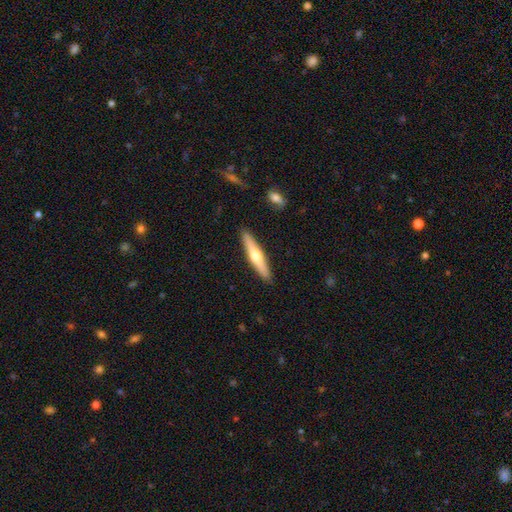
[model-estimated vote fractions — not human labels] featured or disk 49%, smooth 46%, star or artifact 5%. Down the decision tree: merging — none (90%).